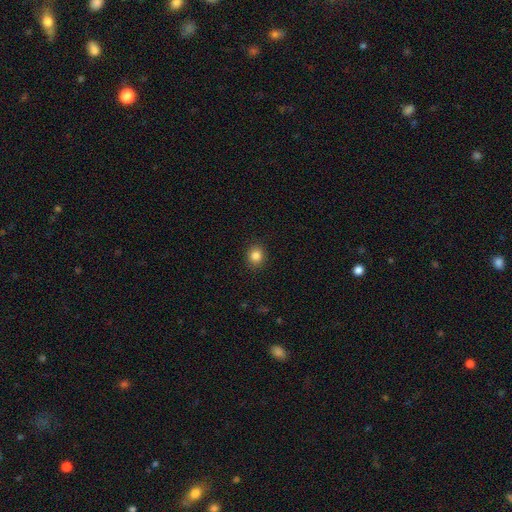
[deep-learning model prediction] smooth_or_featured: smooth (p=0.84) [alt: star or artifact p=0.11]
how_rounded: round (p=0.79) [alt: in between p=0.21]
merging: none (p=0.91) [alt: minor disturbance p=0.06]